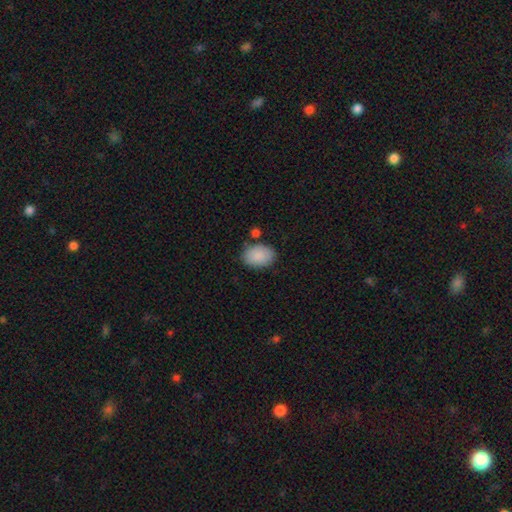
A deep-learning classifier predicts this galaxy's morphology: smooth_or_featured: smooth (p=0.89) [alt: star or artifact p=0.06]
how_rounded: in between (p=0.83) [alt: round p=0.16]
merging: none (p=0.78) [alt: minor disturbance p=0.13]